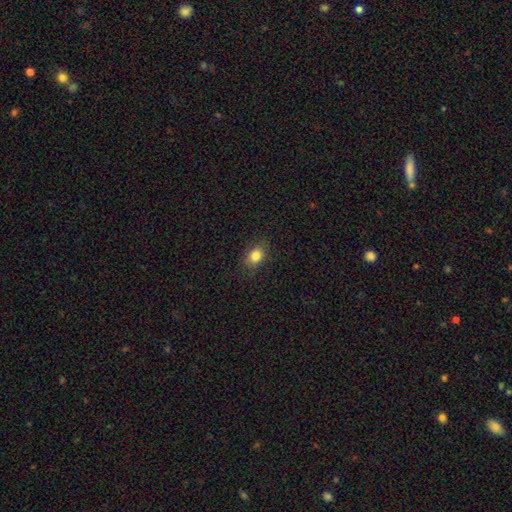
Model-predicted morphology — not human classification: smooth 84%, star or artifact 10%, featured or disk 6%. Down the decision tree: how rounded — in between (63%); merging — none (85%).